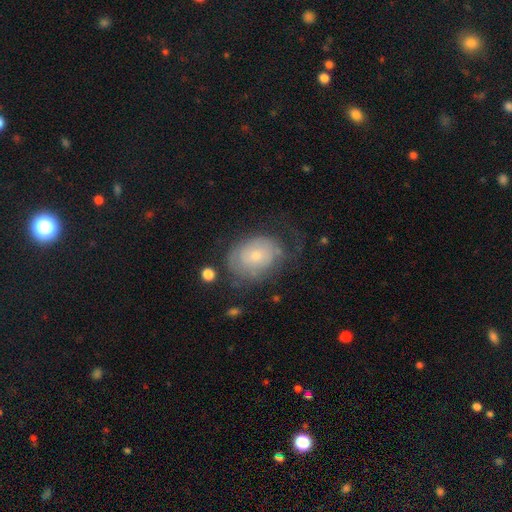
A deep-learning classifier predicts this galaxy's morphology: This appears to be a featured or disk galaxy (46%, tied with smooth). Merging: none (46%).